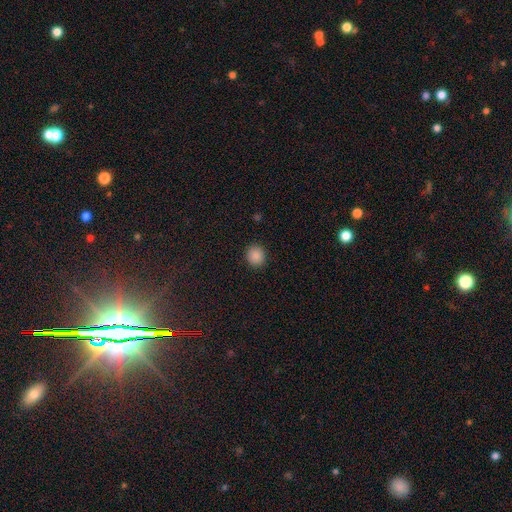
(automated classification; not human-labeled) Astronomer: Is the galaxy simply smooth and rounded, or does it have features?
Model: smooth — 88%.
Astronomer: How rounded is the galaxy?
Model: round — 84%.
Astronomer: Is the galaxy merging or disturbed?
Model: none — 91%.